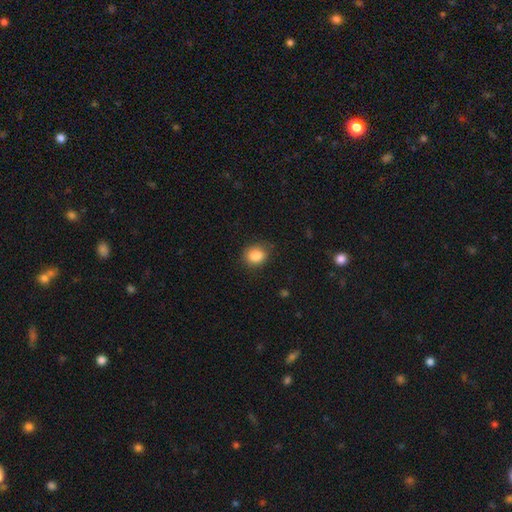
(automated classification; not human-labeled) Q: Smooth or featured?
A: smooth (86%); runner-up: star or artifact (9%)
Q: How rounded?
A: round (64%); runner-up: in between (35%)
Q: Merging?
A: none (80%); runner-up: minor disturbance (15%)